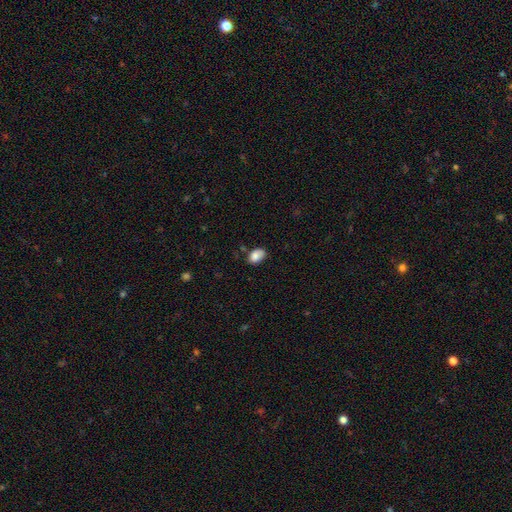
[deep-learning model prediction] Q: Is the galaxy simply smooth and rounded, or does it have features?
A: smooth — 84%.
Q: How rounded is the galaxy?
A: in between — 87%.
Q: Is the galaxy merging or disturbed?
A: none — 66%.